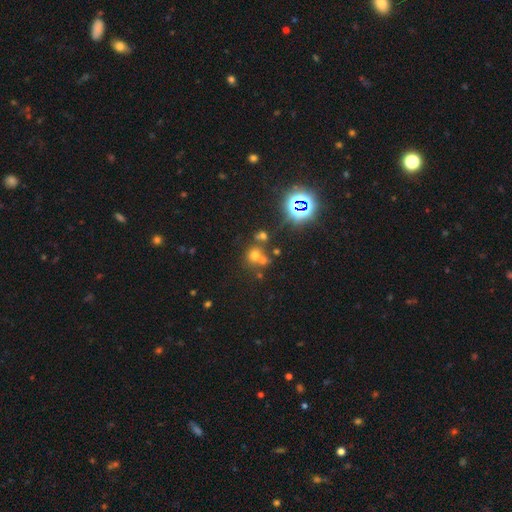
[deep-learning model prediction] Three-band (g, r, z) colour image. It shows a smooth galaxy with no disk features (55%) that is round (83%). Merging: none (50%).